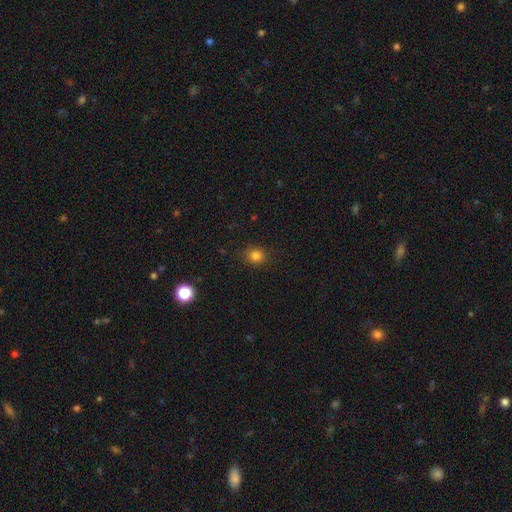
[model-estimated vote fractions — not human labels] Smooth or featured?
  - smooth: 82% *
  - star or artifact: 13%
  - featured or disk: 4%
How rounded?
  - round: 77% *
  - in between: 23%
  - cigar-shaped: 1%
Merging?
  - none: 86% *
  - minor disturbance: 10%
  - major disturbance: 3%
  - merger: 1%